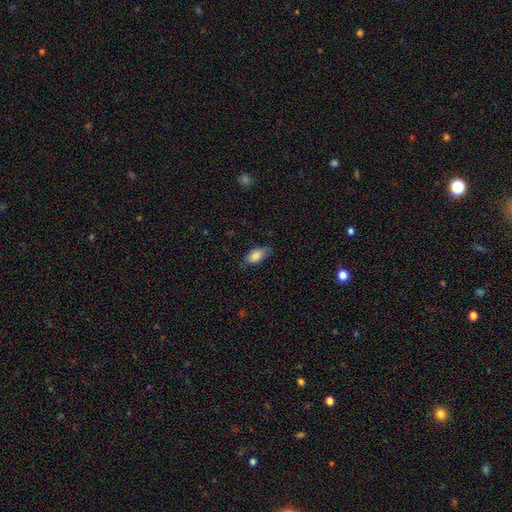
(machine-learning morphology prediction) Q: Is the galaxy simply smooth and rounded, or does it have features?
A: smooth — 86%.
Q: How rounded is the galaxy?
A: in between — 89%.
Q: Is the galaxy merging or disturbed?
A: none — 74%.